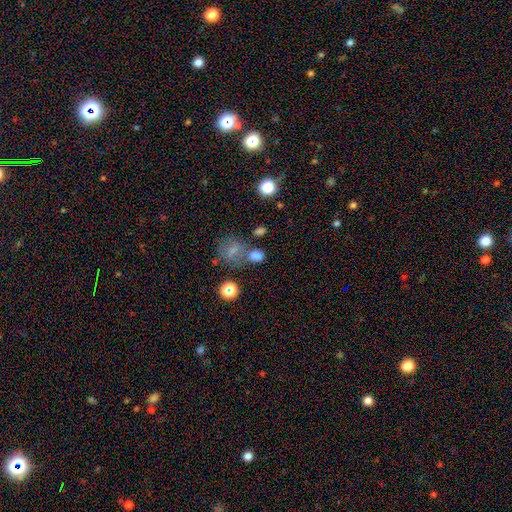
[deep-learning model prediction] This appears to be a smooth galaxy with no disk features (72%) that is in between round and cigar-shaped (62%). Merging: none (51%).